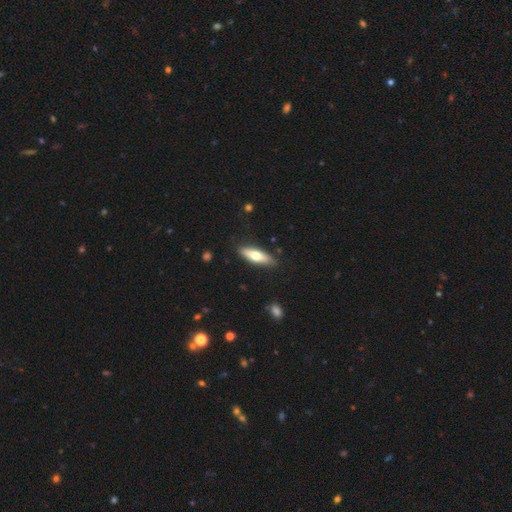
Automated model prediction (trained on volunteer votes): Morphology: type=smooth (60%); roundness=cigar-shaped (56%); merging=none (86%).